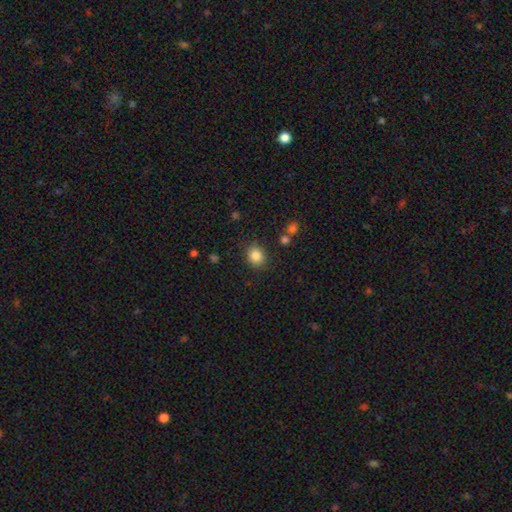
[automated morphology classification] The model was most divided on "how rounded": round: 69%, in between: 30%, cigar-shaped: 1%. More confident: smooth or featured — smooth (85%); merging — none (84%).